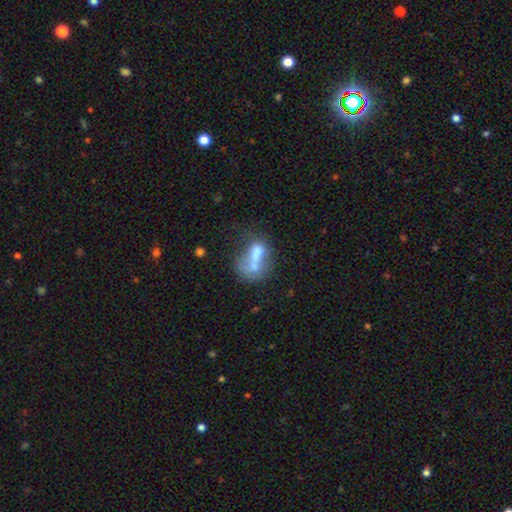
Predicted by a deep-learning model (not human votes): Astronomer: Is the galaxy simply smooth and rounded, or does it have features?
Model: smooth — 53% (runner-up: featured or disk, 35%).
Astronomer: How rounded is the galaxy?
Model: in between — 71%.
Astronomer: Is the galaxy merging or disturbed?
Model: merger — 38% (runner-up: major disturbance, 26%).